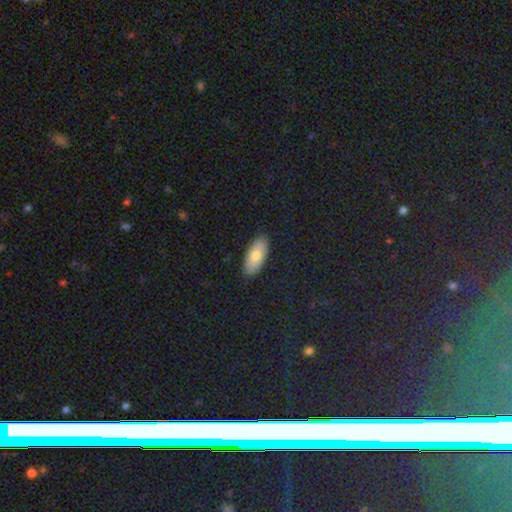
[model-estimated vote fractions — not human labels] Smooth or featured: smooth — 77% (featured or disk — 16%)
How rounded: in between — 89% (cigar-shaped — 9%)
Merging: none — 87% (minor disturbance — 10%)